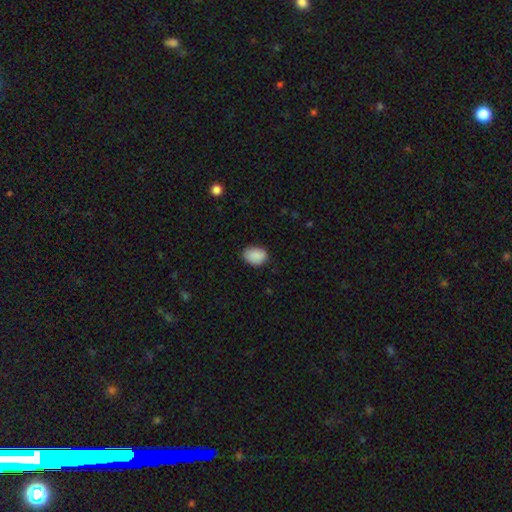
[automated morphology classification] smooth_or_featured: smooth (p=0.89) [alt: star or artifact p=0.08]
how_rounded: in between (p=0.75) [alt: round p=0.24]
merging: none (p=0.79) [alt: minor disturbance p=0.17]